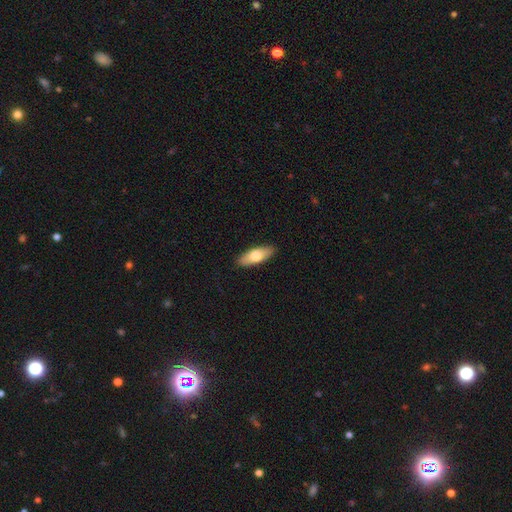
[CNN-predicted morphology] type=smooth (71%); roundness=in between (67%); merging=none (90%).